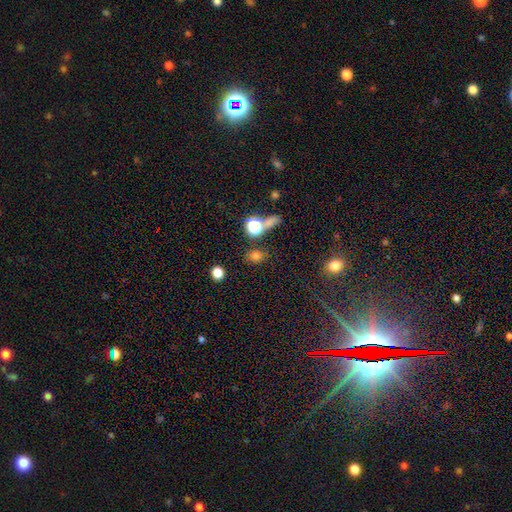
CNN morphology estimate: Smooth or featured: smooth — 72% (star or artifact — 21%)
How rounded: in between — 52% (round — 46%)
Merging: none — 74% (minor disturbance — 11%)